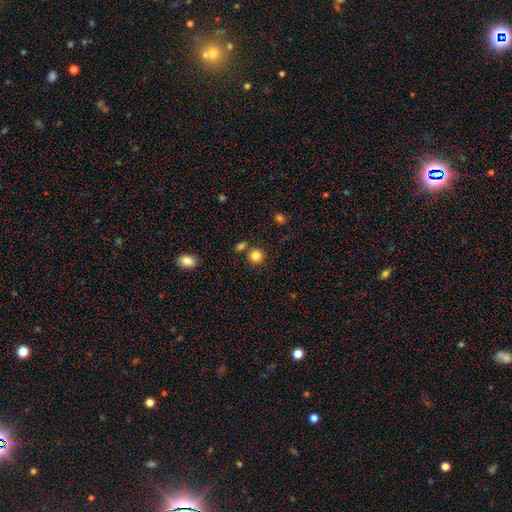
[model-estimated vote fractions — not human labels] Smooth or featured? smooth (83%)
How rounded? round (90%)
Merging? none (78%)